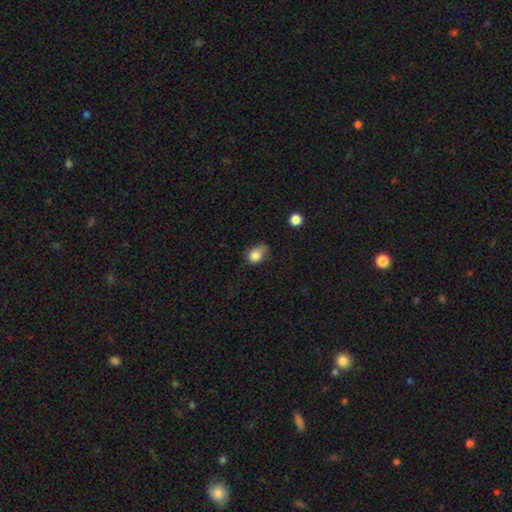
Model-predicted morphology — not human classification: The model was most divided on "merging": minor disturbance: 42%, none: 39%, major disturbance: 16%, merger: 3%. More confident: smooth or featured — smooth (84%); how rounded — in between (59%).